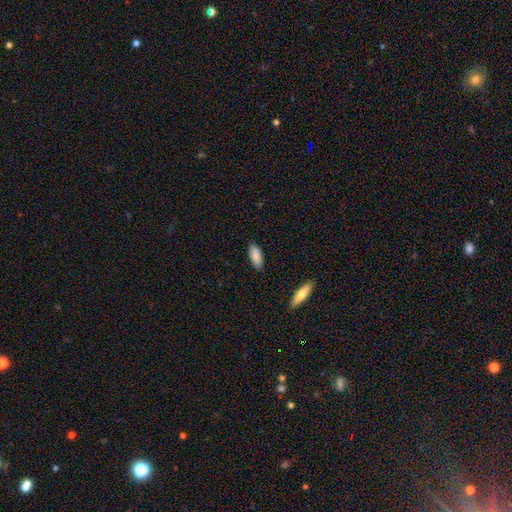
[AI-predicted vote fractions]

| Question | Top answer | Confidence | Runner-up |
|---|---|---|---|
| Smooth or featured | smooth | 86% | featured or disk (8%) |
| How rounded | in between | 76% | cigar-shaped (22%) |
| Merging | none | 86% | minor disturbance (10%) |